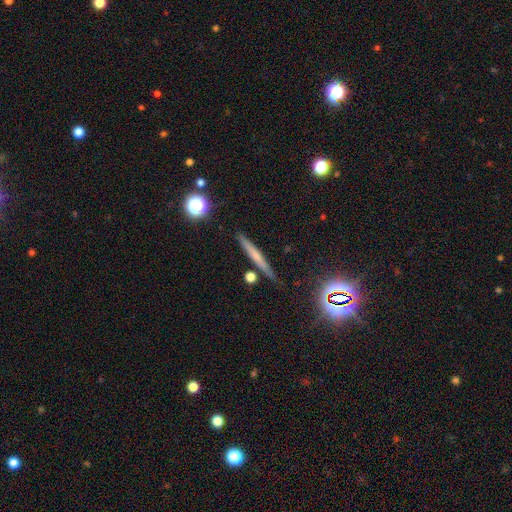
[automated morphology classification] Smooth or featured? Predicted: smooth (p=0.49). Merging? Predicted: none (p=0.84).